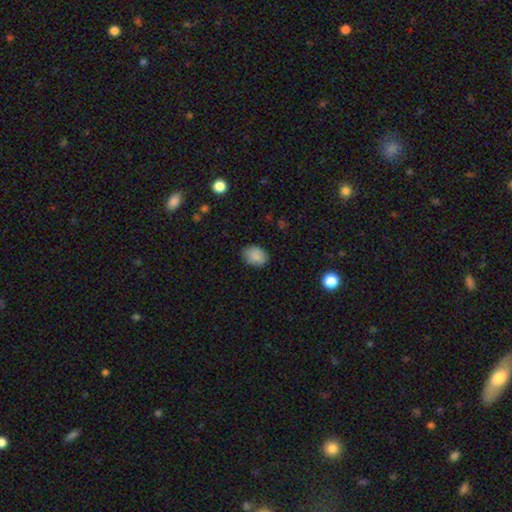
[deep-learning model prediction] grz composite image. It shows a smooth galaxy with no disk features (88%) that is in between round and cigar-shaped (73%). Merging: none (82%).